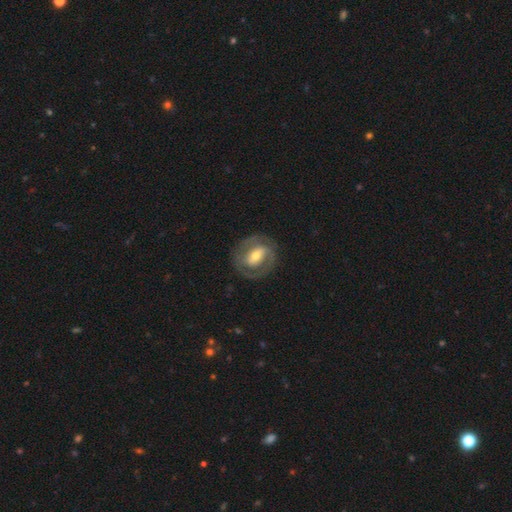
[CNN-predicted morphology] This appears to be a featured or disk galaxy (76%) with a strong bar (43%), 2 (80%) tight (54%) spiral arms (77%) and a moderate central bulge (60%). Merging: none (81%).